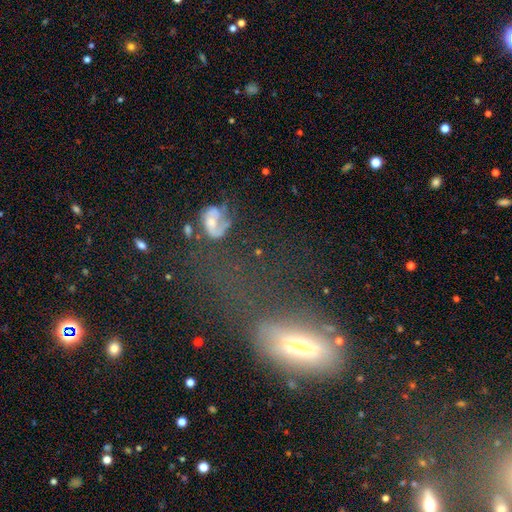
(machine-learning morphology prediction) Smooth or featured?
  - smooth: 48% *
  - star or artifact: 29%
  - featured or disk: 23%
Merging?
  - major disturbance: 39% *
  - none: 32%
  - minor disturbance: 18%
  - merger: 12%